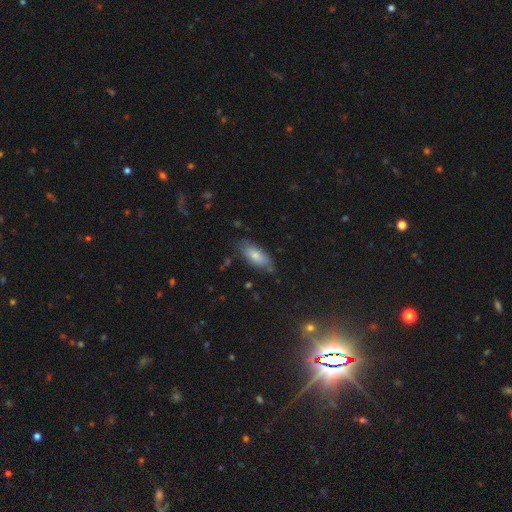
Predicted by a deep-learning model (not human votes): This appears to be a smooth galaxy with no disk features (76%) that is in between round and cigar-shaped (81%). Merging: none (68%).